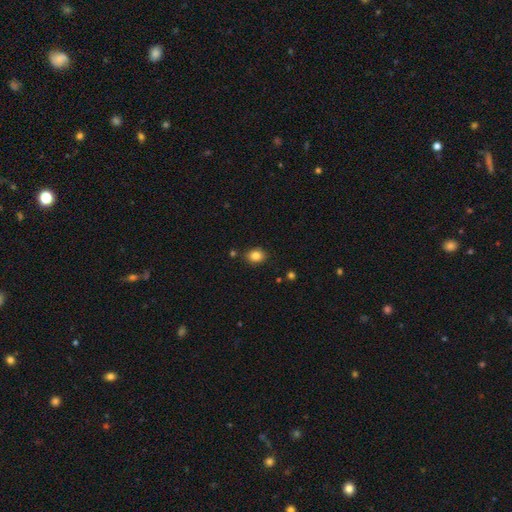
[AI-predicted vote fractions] This is clearly a smooth galaxy (84%). How rounded: possibly round (55%). Merging: clearly none (84%).